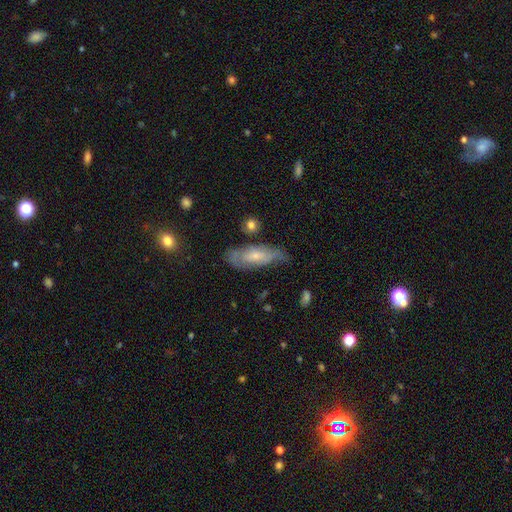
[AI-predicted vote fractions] smooth-or-featured: featured or disk: 53% | smooth: 40% | star or artifact: 7%
  disk-edge-on: no: 80% | yes: 20%
  merging: none: 57% | minor disturbance: 29% | major disturbance: 11% | merger: 3%